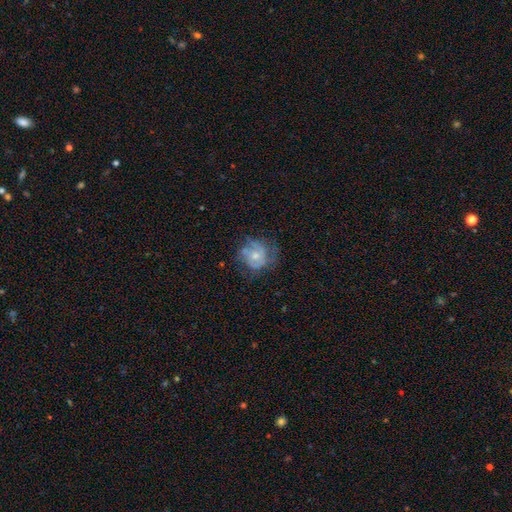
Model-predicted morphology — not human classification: Smooth or featured? Predicted: featured or disk (p=0.59). Edge-on disk? Predicted: no (p=0.98). Bar? Predicted: no (p=0.78). Spiral arms? Predicted: yes (p=0.62). Bulge size? Predicted: moderate (p=0.51). Merging? Predicted: none (p=0.51).